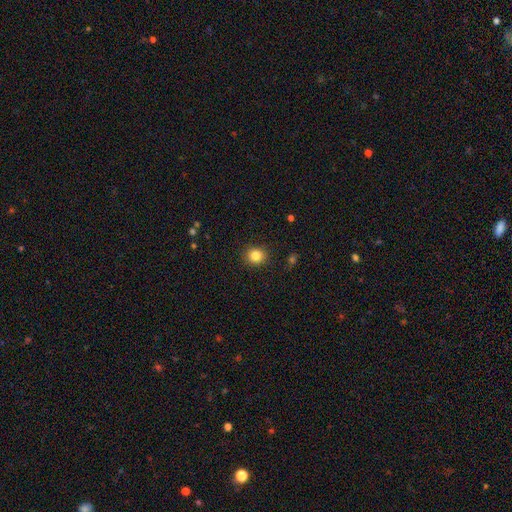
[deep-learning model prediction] Smooth or featured?
  - smooth: 83% *
  - star or artifact: 11%
  - featured or disk: 5%
How rounded?
  - round: 83% *
  - in between: 16%
  - cigar-shaped: 1%
Merging?
  - none: 90% *
  - minor disturbance: 7%
  - major disturbance: 2%
  - merger: 1%